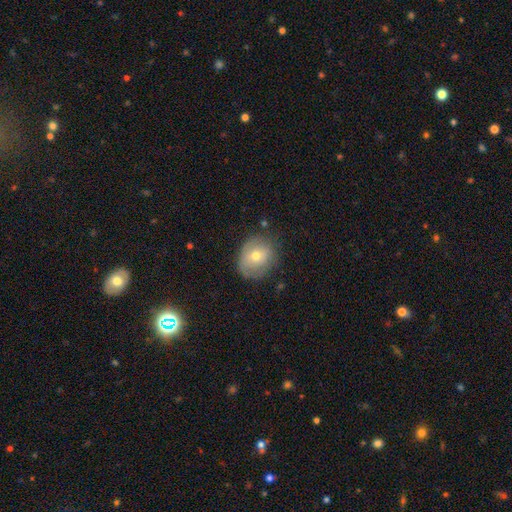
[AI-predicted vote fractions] This appears to be a smooth galaxy with no disk features (62%) that is round (65%). Merging: none (66%).